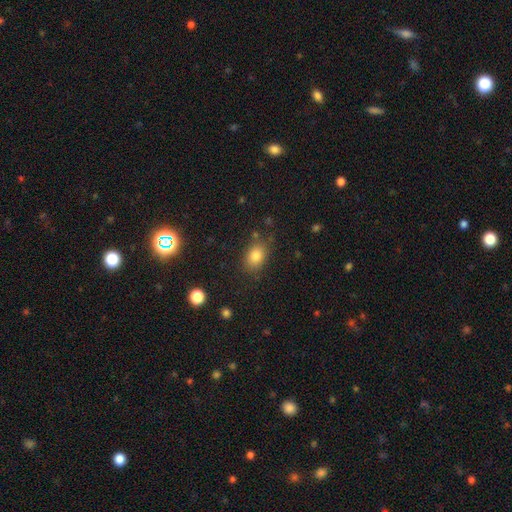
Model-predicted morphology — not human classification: Smooth or featured?
  - smooth: 82% *
  - star or artifact: 11%
  - featured or disk: 7%
How rounded?
  - in between: 73% *
  - round: 26%
  - cigar-shaped: 1%
Merging?
  - none: 78% *
  - minor disturbance: 14%
  - major disturbance: 4%
  - merger: 3%